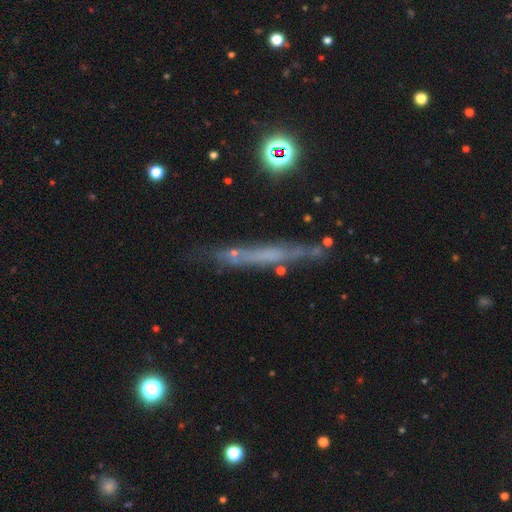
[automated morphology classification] Smooth or featured?
  - featured or disk: 50% *
  - smooth: 32%
  - star or artifact: 18%
Edge-on disk?
  - yes: 81% *
  - no: 19%
Merging?
  - none: 70% *
  - minor disturbance: 19%
  - major disturbance: 7%
  - merger: 4%